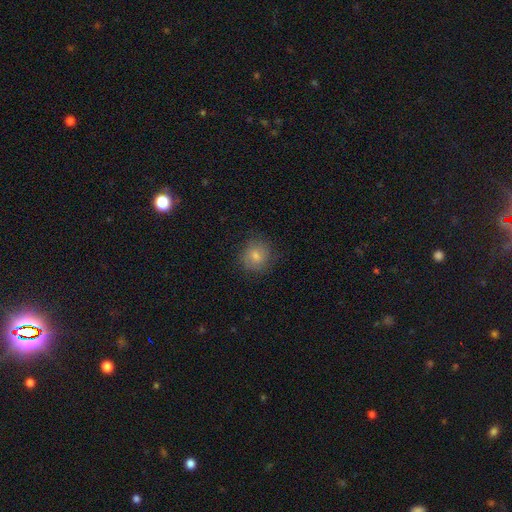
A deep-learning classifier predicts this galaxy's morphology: The model was most divided on "smooth or featured": smooth: 69%, featured or disk: 18%, star or artifact: 14%. More confident: how rounded — round (88%); merging — none (83%).